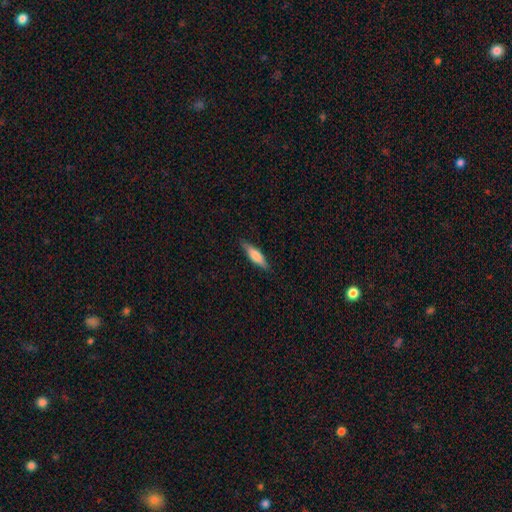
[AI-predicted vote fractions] Morphology: type=smooth (69%); roundness=cigar-shaped (65%); merging=none (87%).